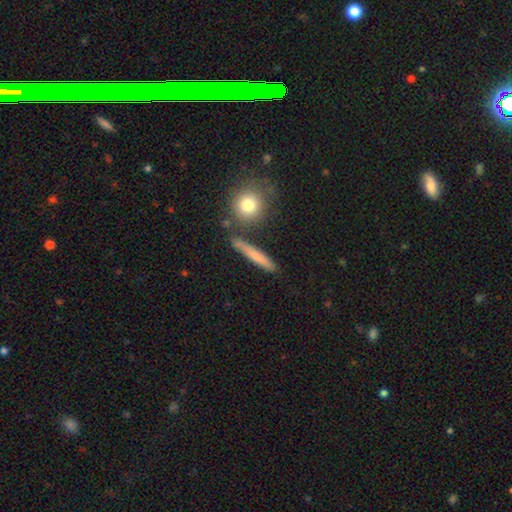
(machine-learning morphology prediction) A smooth galaxy with no disk features (69%) that is cigar-shaped (85%). Merging: none (81%).